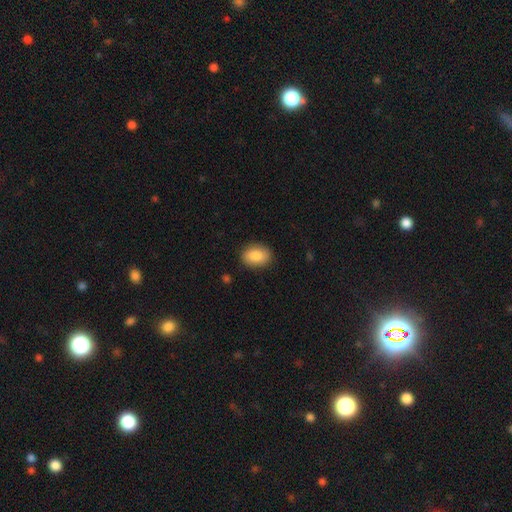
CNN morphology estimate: Smooth or featured: smooth — 85% (featured or disk — 8%)
How rounded: in between — 76% (round — 23%)
Merging: none — 87% (minor disturbance — 10%)